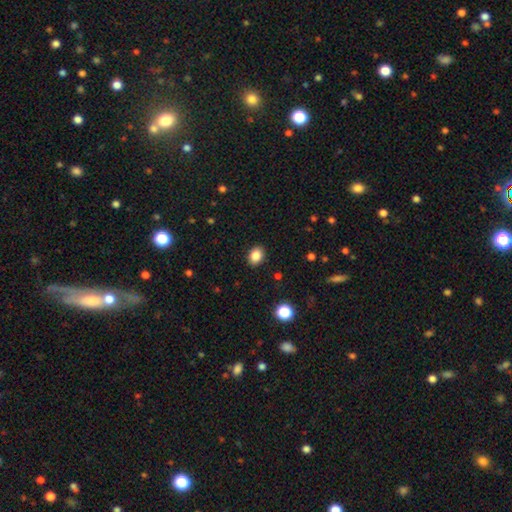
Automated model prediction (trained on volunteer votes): smooth-or-featured: smooth: 86% | star or artifact: 10% | featured or disk: 4%
  how-rounded: in between: 62% | round: 37% | cigar-shaped: 1%
  merging: none: 90% | minor disturbance: 7% | major disturbance: 2% | merger: 1%